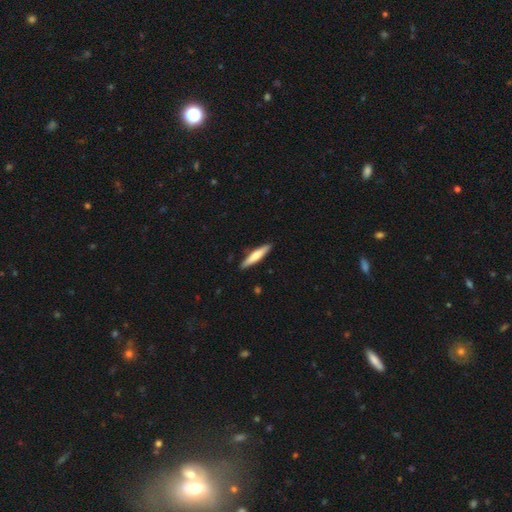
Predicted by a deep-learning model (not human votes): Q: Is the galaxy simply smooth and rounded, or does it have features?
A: smooth — 59%.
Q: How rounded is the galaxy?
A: cigar-shaped — 87%.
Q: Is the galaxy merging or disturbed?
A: none — 90%.